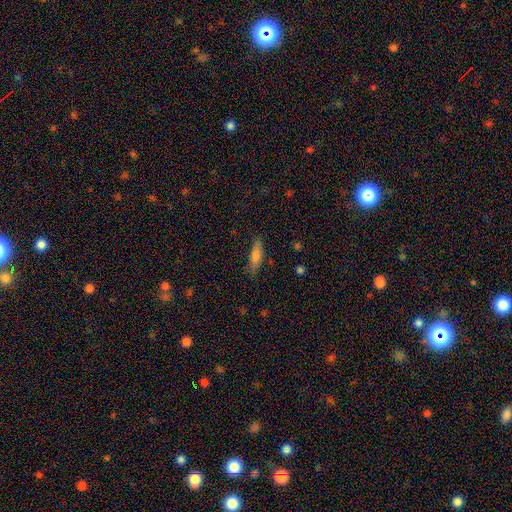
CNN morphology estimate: Q: Smooth or featured?
A: smooth (74%); runner-up: featured or disk (19%)
Q: How rounded?
A: cigar-shaped (60%); runner-up: in between (38%)
Q: Merging?
A: none (81%); runner-up: minor disturbance (14%)